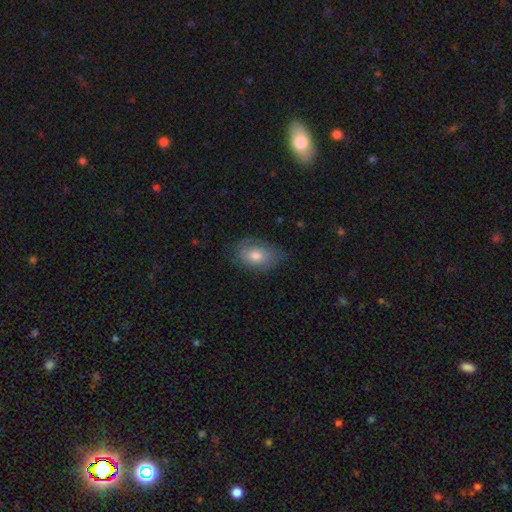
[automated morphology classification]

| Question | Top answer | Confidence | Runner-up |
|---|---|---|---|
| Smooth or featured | smooth | 67% | featured or disk (25%) |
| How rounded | in between | 85% | round (14%) |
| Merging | none | 66% | minor disturbance (25%) |